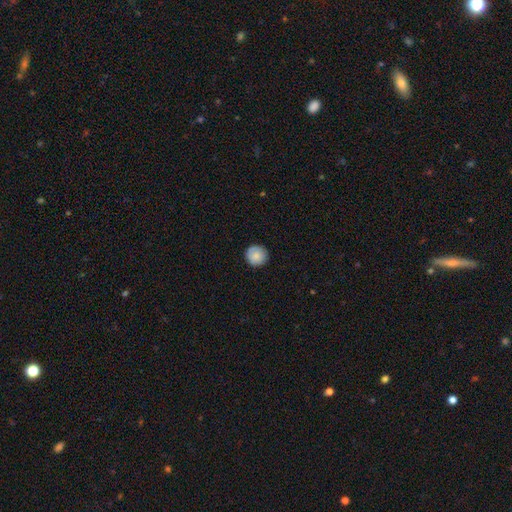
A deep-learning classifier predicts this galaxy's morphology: The model was most divided on "smooth or featured": smooth: 84%, featured or disk: 9%, star or artifact: 7%. More confident: how rounded — round (94%); merging — none (88%).